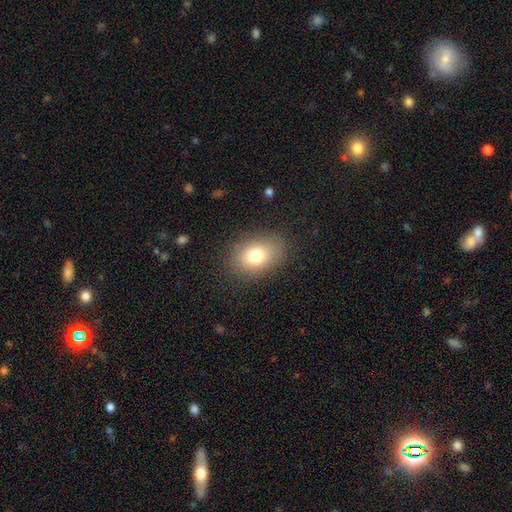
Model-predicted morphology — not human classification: A smooth galaxy with no disk features (77%) that is in between round and cigar-shaped (73%). Merging: none (84%).